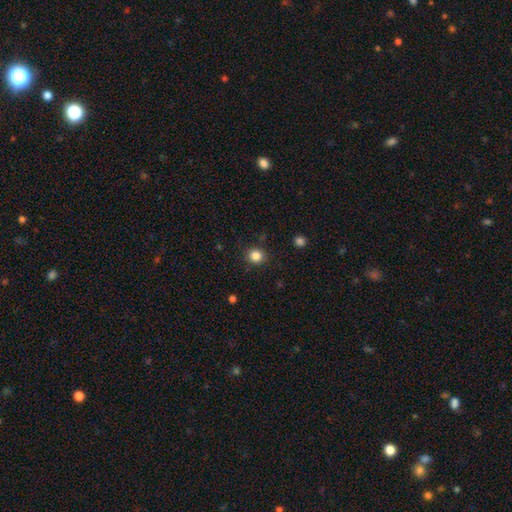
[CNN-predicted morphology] smooth_or_featured: smooth (p=0.84) [alt: star or artifact p=0.12]
how_rounded: round (p=0.86) [alt: in between p=0.14]
merging: none (p=0.89) [alt: minor disturbance p=0.07]